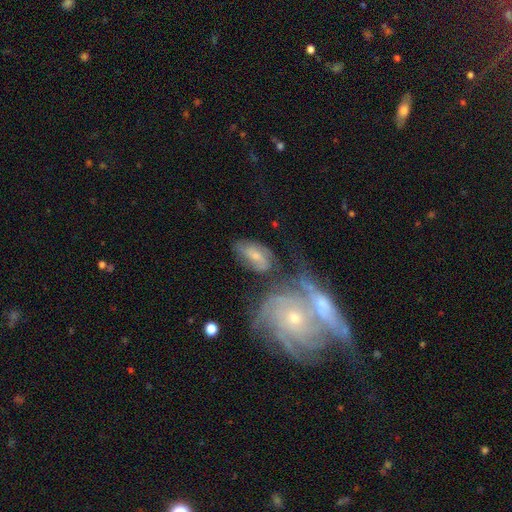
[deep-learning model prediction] featured or disk 54%, smooth 38%, star or artifact 8%. Down the decision tree: edge-on disk — no (94%); bar — no (46%); spiral arms — yes (83%); bulge size — small (49%); merging — none (50%).